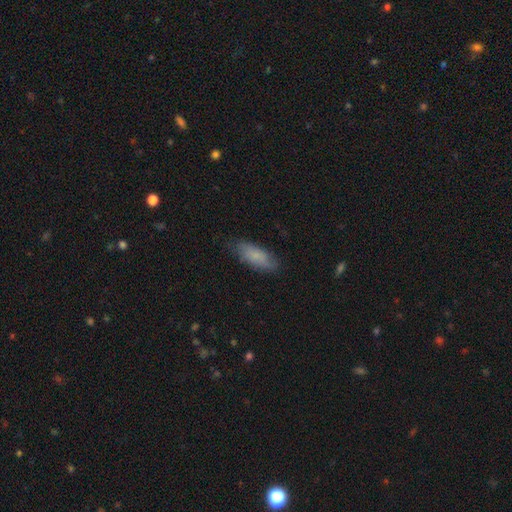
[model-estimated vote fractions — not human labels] This appears to be a smooth galaxy with no disk features (78%) that is in between round and cigar-shaped (72%). Merging: none (78%).